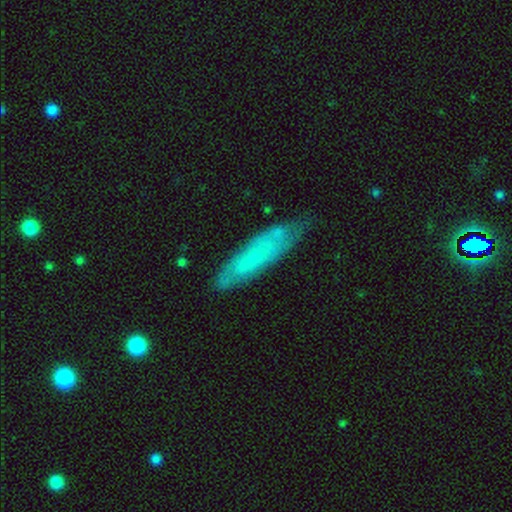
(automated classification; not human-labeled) Morphology: type=smooth (52%); roundness=cigar-shaped (75%); merging=none (71%).